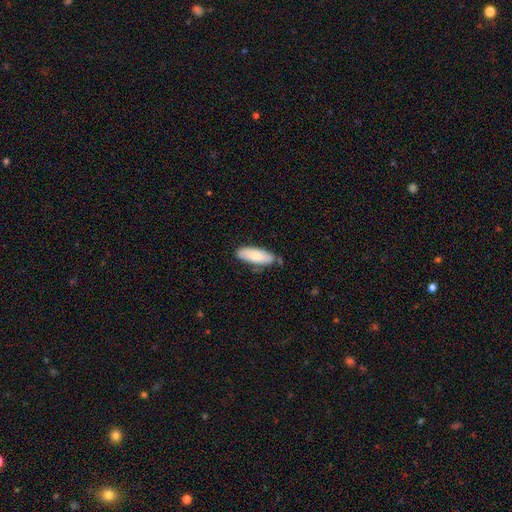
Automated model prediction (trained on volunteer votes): This appears to be a smooth galaxy with no disk features (81%) that is in between round and cigar-shaped (70%). Merging: none (71%).